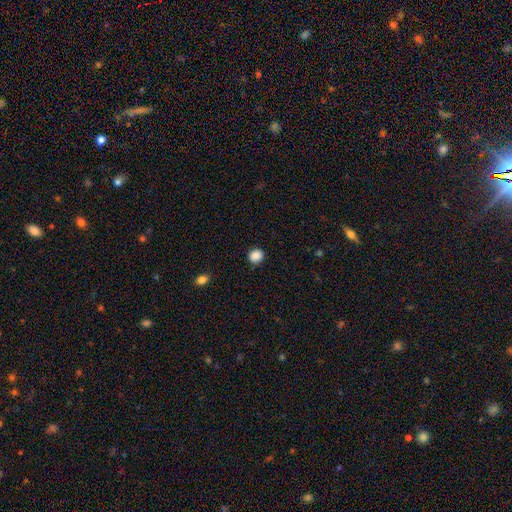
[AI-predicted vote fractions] Morphology: type=smooth (88%); roundness=round (84%); merging=none (88%).